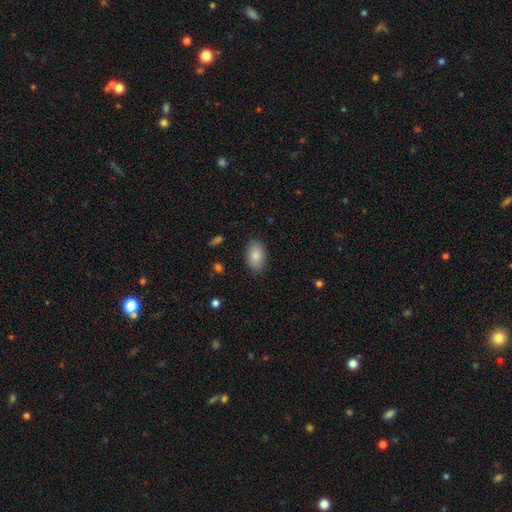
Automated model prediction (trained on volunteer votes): A smooth galaxy with no disk features (84%) that is in between round and cigar-shaped (91%). Merging: none (85%).